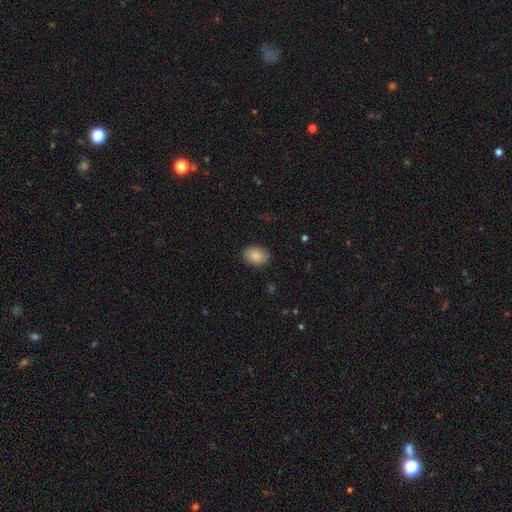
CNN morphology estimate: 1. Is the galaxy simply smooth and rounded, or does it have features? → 86% smooth, 7% star or artifact, 7% featured or disk.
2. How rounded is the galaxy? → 68% in between, 31% round, 1% cigar-shaped.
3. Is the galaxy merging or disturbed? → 86% none, 10% minor disturbance, 2% major disturbance, 1% merger.